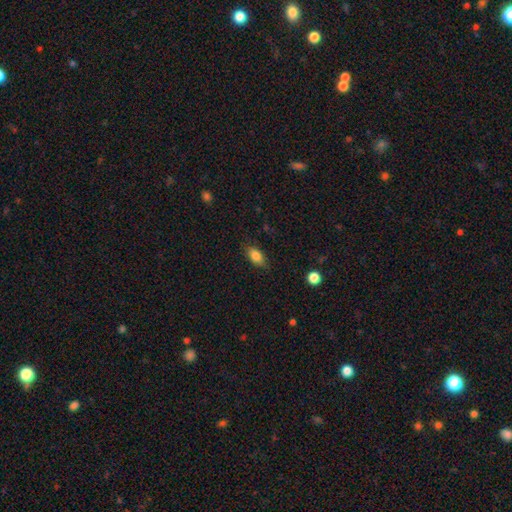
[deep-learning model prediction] smooth-or-featured: smooth: 85% | star or artifact: 8% | featured or disk: 7%
  how-rounded: in between: 88% | round: 7% | cigar-shaped: 5%
  merging: none: 82% | minor disturbance: 14% | major disturbance: 3% | merger: 1%